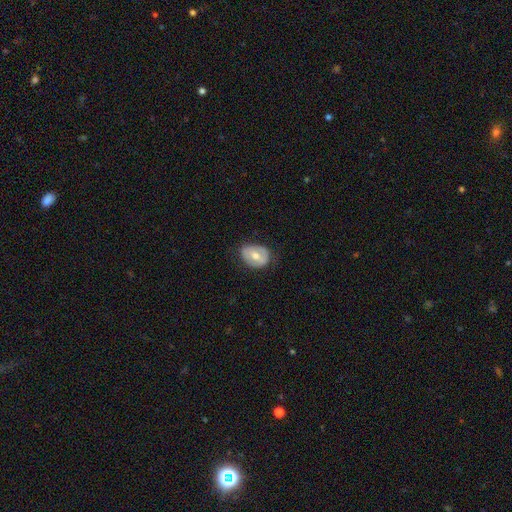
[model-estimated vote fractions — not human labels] smooth 51%, featured or disk 43%, star or artifact 6%. Down the decision tree: how rounded — in between (65%); merging — none (73%).